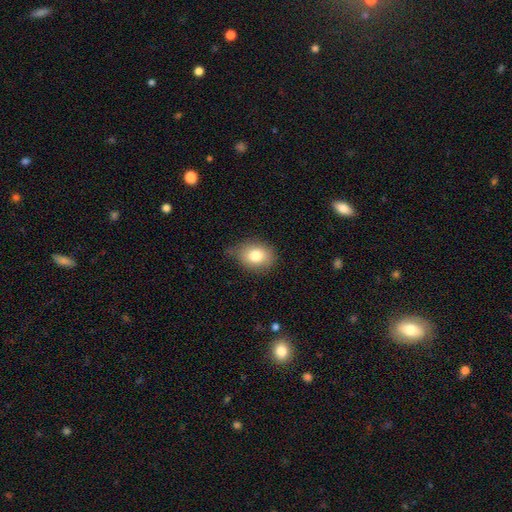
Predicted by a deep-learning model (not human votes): A smooth galaxy with no disk features (80%) that is in between round and cigar-shaped (53%). Merging: none (68%).